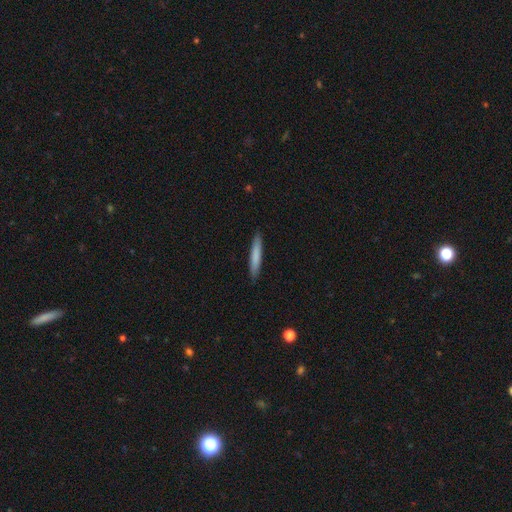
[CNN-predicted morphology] Smooth or featured?
  - smooth: 79% *
  - featured or disk: 16%
  - star or artifact: 5%
How rounded?
  - cigar-shaped: 94% *
  - in between: 5%
  - round: 1%
Merging?
  - none: 90% *
  - minor disturbance: 7%
  - major disturbance: 1%
  - merger: 1%